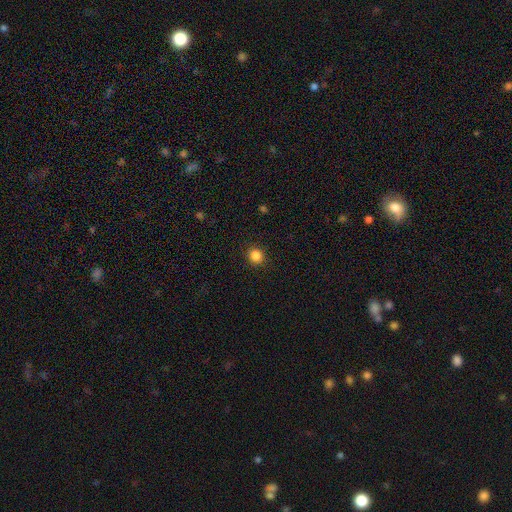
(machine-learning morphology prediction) smooth-or-featured: smooth: 85% | star or artifact: 11% | featured or disk: 3%
  how-rounded: round: 89% | in between: 10% | cigar-shaped: 1%
  merging: none: 91% | minor disturbance: 6% | major disturbance: 2% | merger: 1%